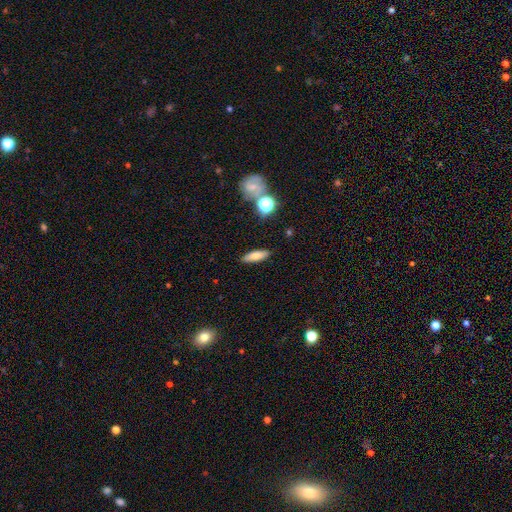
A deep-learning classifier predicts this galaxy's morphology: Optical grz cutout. It shows a smooth galaxy with no disk features (75%) that is in between round and cigar-shaped (52%). Merging: none (87%).